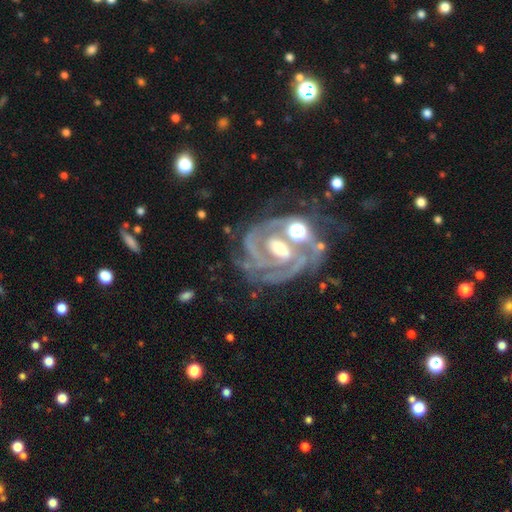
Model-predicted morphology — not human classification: Smooth or featured? featured or disk (88%)
Edge-on disk? no (97%)
Bar? weak (38%)
Spiral arms? yes (95%)
Spiral winding? tight (63%)
Spiral arm count? 2 (44%)
Bulge size? moderate (60%)
Merging? none (53%)